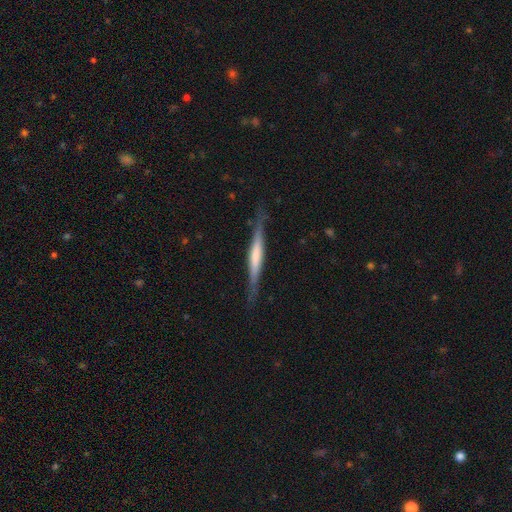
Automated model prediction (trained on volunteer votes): A featured or disk galaxy (55%) viewed edge-on (96%) with no central bulge (45%).

Vote fractions:
- Smooth or featured? featured or disk: 55% / smooth: 40% / star or artifact: 5%
- Edge-on disk? yes: 96% / no: 4%
- Edge-on bulge? none: 45% / boxy: 28% / rounded: 27%
- Merging? none: 81% / minor disturbance: 14% / major disturbance: 3% / merger: 1%